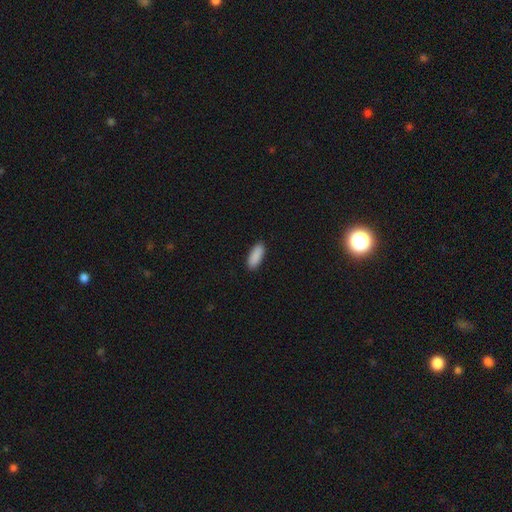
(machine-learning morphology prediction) Smooth or featured? smooth (91%)
How rounded? in between (76%)
Merging? none (90%)